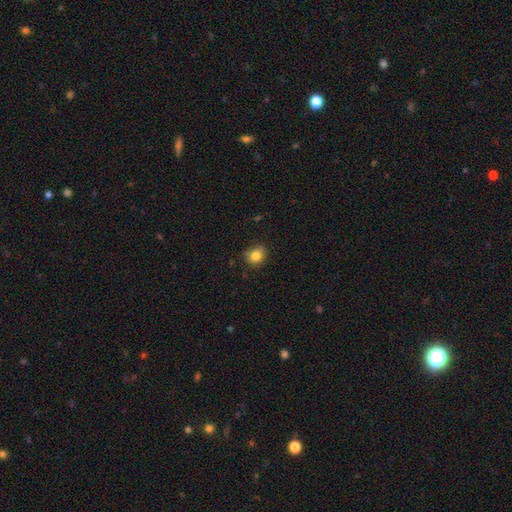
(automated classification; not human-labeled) The model was most divided on "how rounded": round: 72%, in between: 27%, cigar-shaped: 1%. More confident: smooth or featured — smooth (82%); merging — none (72%).